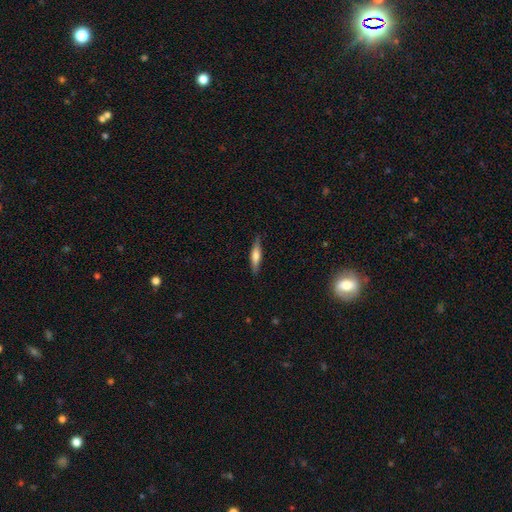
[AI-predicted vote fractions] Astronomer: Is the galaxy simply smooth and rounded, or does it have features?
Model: smooth — 49% (runner-up: featured or disk, 45%).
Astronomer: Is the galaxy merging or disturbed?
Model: none — 86%.